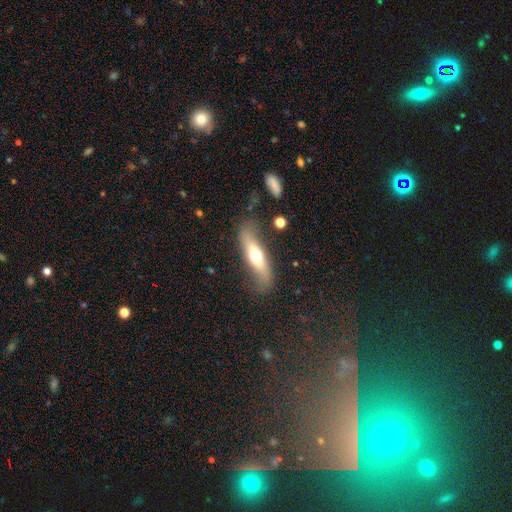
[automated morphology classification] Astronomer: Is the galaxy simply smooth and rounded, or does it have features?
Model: featured or disk — 50% (runner-up: smooth, 44%).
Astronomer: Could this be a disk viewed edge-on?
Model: yes — 60% (runner-up: no, 40%).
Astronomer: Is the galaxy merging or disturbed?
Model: none — 70%.